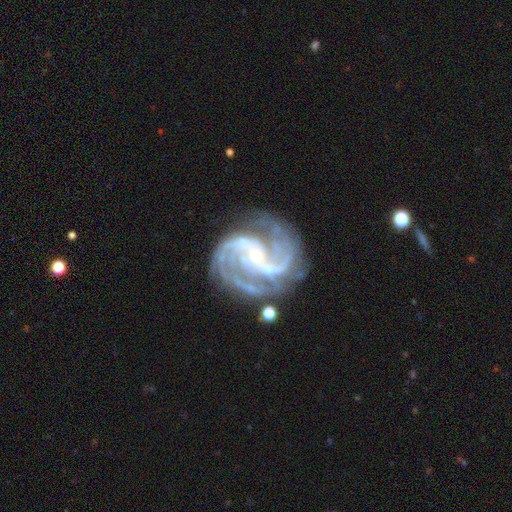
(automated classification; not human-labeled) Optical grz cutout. It shows a featured or disk galaxy (92%) with no bar (49%), 2 (45%) medium (55%) spiral arms (99%) and a small central bulge (79%). Merging: none (69%).